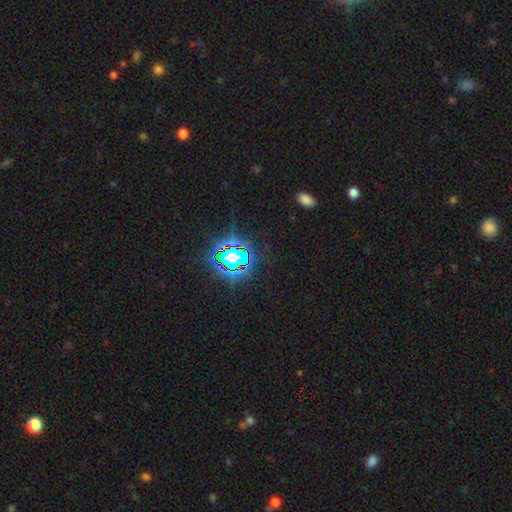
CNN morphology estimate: Smooth or featured?
  - star or artifact: 82% *
  - smooth: 11%
  - featured or disk: 7%